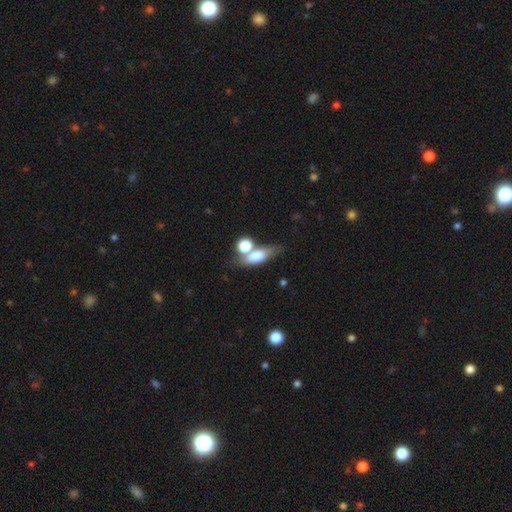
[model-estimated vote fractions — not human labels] Overall: smooth (69%). How rounded: in between (61%; cigar-shaped 26%). Merging: none (42%; merger 36%).